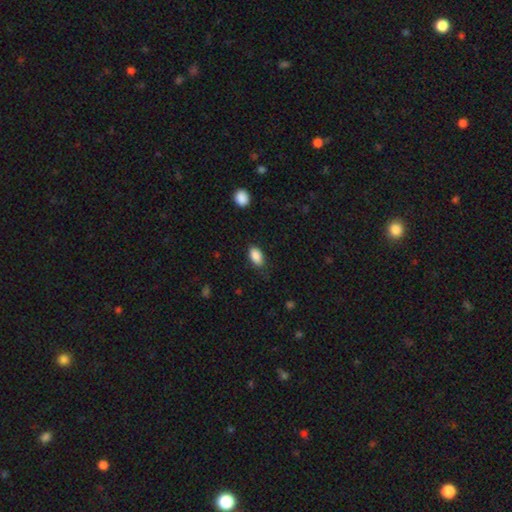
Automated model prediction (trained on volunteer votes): Smooth or featured: smooth — 88% (star or artifact — 8%)
How rounded: in between — 91% (round — 6%)
Merging: none — 79% (minor disturbance — 16%)